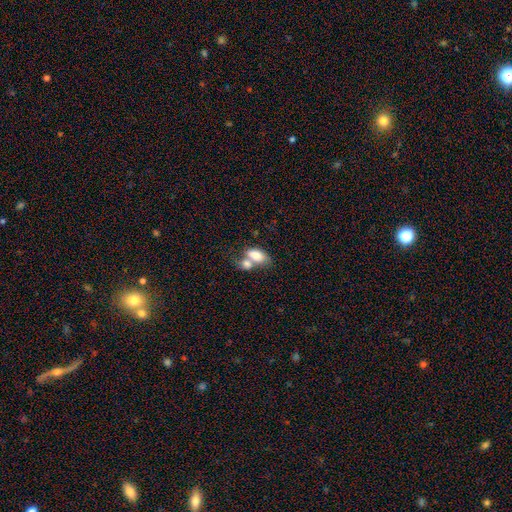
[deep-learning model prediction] A smooth galaxy with no disk features (76%) that is in between round and cigar-shaped (89%).

Vote fractions:
- Smooth or featured? smooth: 76% / featured or disk: 17% / star or artifact: 7%
- How rounded? in between: 89% / round: 8% / cigar-shaped: 3%
- Merging? merger: 67% / none: 19% / minor disturbance: 8% / major disturbance: 6%